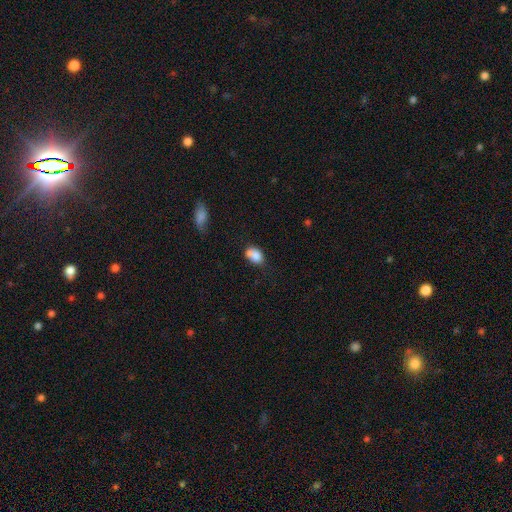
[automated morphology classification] smooth-or-featured: smooth: 78% | featured or disk: 12% | star or artifact: 9%
  how-rounded: in between: 75% | round: 23% | cigar-shaped: 2%
  merging: merger: 37% | none: 36% | minor disturbance: 20% | major disturbance: 8%